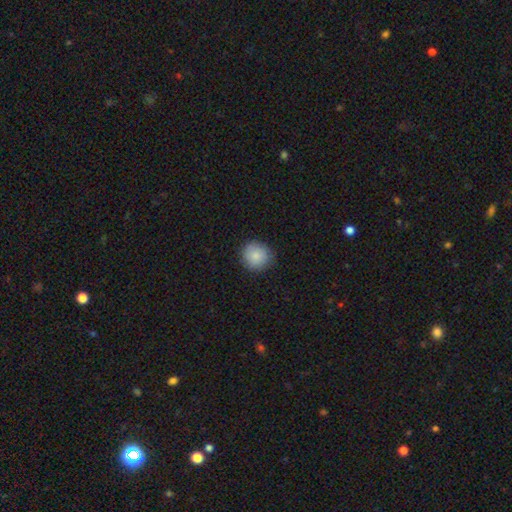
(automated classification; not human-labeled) The model was most divided on "merging": none: 85%, minor disturbance: 11%, major disturbance: 2%, merger: 1%. More confident: how rounded — round (92%); smooth or featured — smooth (86%).